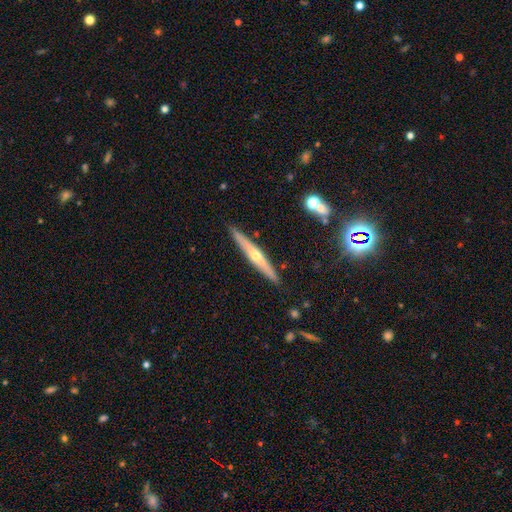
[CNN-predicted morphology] A featured or disk galaxy (65%) viewed edge-on (96%) with a rounded central bulge (81%). Merging: none (90%).